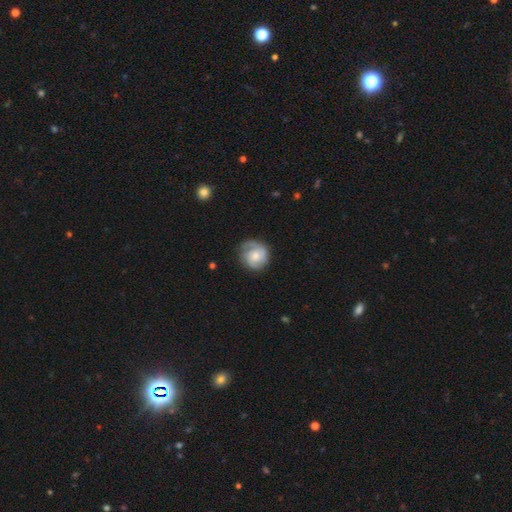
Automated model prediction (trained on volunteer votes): A featured or disk galaxy (63%) with no bar (69%), 2 (40%) tight (49%) spiral arms (91%) and a moderate central bulge (48%). Merging: none (68%).